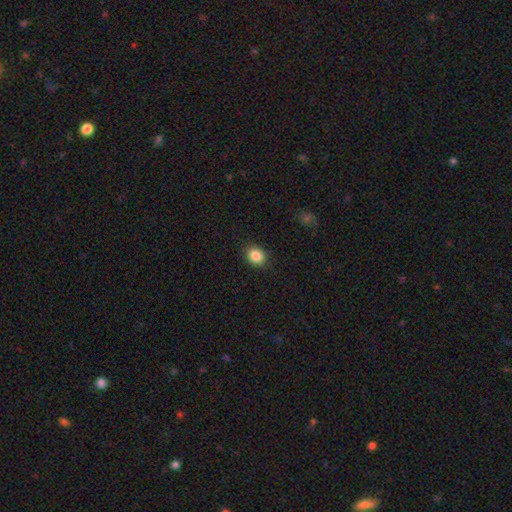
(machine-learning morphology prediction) The model was most divided on "how rounded": round: 58%, in between: 41%, cigar-shaped: 1%. More confident: merging — none (89%); smooth or featured — smooth (86%).